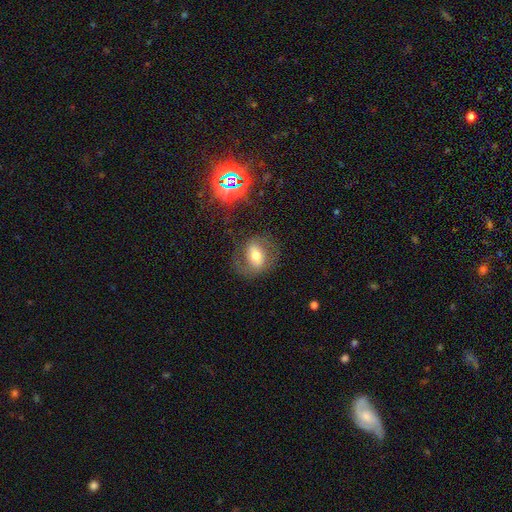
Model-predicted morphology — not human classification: Smooth or featured?
  - featured or disk: 49% *
  - smooth: 38%
  - star or artifact: 13%
Merging?
  - none: 68% *
  - minor disturbance: 16%
  - major disturbance: 13%
  - merger: 2%